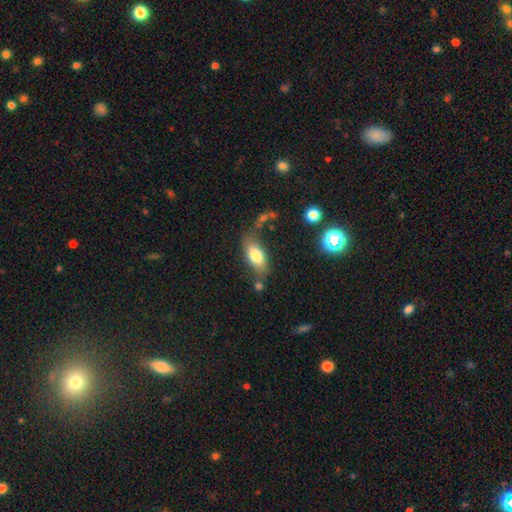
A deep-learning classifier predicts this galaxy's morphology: A smooth galaxy with no disk features (75%) that is in between round and cigar-shaped (87%).

Vote fractions:
- Smooth or featured? smooth: 75% / featured or disk: 17% / star or artifact: 8%
- How rounded? in between: 87% / cigar-shaped: 8% / round: 5%
- Merging? none: 60% / minor disturbance: 20% / merger: 10% / major disturbance: 9%